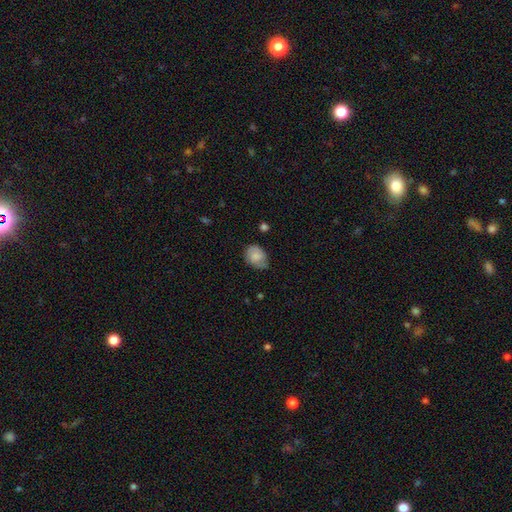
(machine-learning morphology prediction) This appears to be a smooth galaxy with no disk features (75%) that is in between round and cigar-shaped (60%). Merging: none (53%).